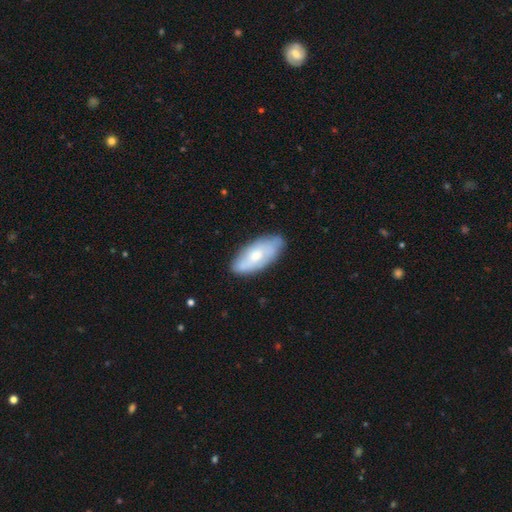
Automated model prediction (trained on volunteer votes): This is possibly a smooth galaxy (58%). How rounded: clearly in between (85%). Merging: clearly none (80%).